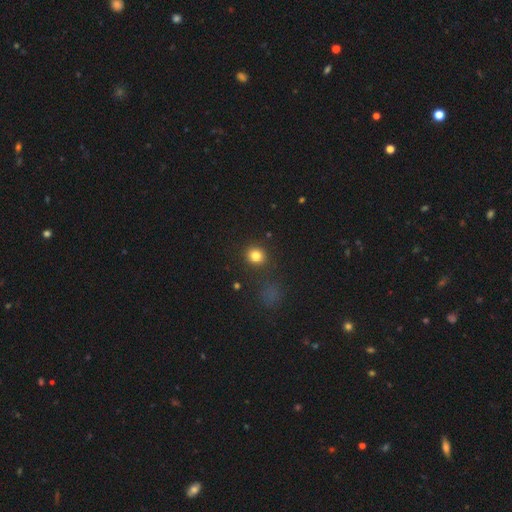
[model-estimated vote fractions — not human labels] smooth 81%, star or artifact 13%, featured or disk 6%. Down the decision tree: how rounded — round (84%); merging — none (85%).